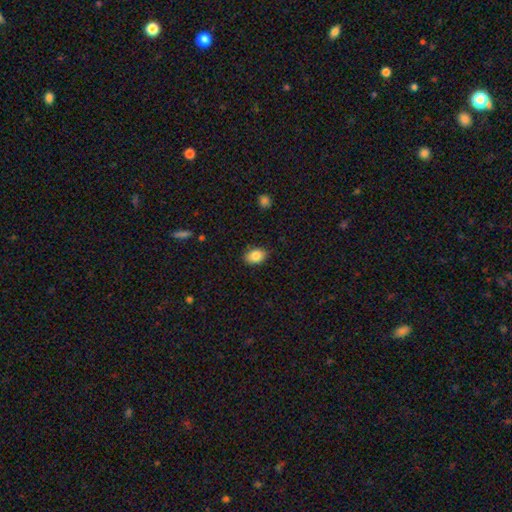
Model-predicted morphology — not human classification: This appears to be a smooth galaxy with no disk features (85%) that is in between round and cigar-shaped (79%). Merging: none (85%).